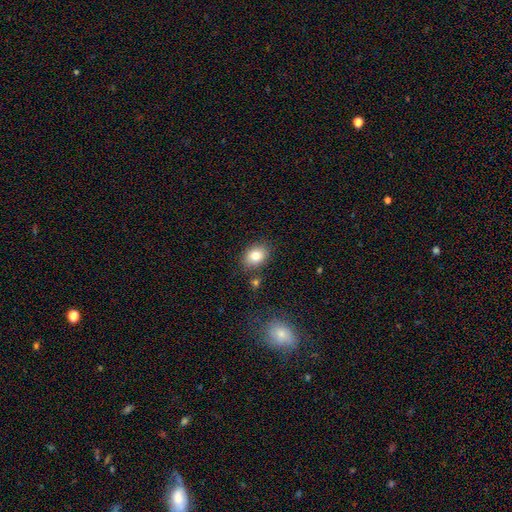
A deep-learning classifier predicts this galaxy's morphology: smooth-or-featured: smooth: 81% | featured or disk: 10% | star or artifact: 9%
  how-rounded: in between: 68% | round: 31% | cigar-shaped: 1%
  merging: none: 82% | minor disturbance: 11% | merger: 4% | major disturbance: 3%